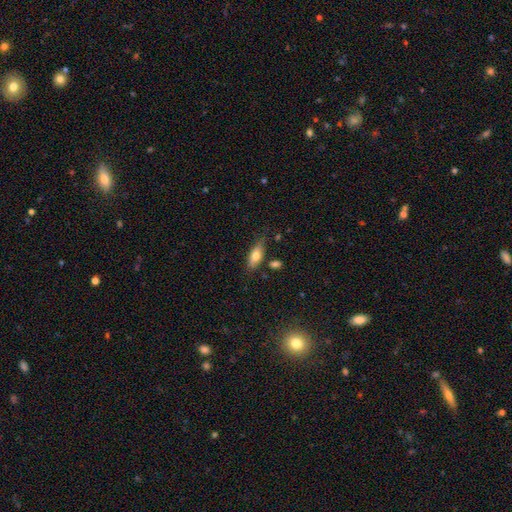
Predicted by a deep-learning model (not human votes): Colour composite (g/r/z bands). It shows a smooth galaxy with no disk features (69%) that is in between round and cigar-shaped (70%). Merging: none (72%).